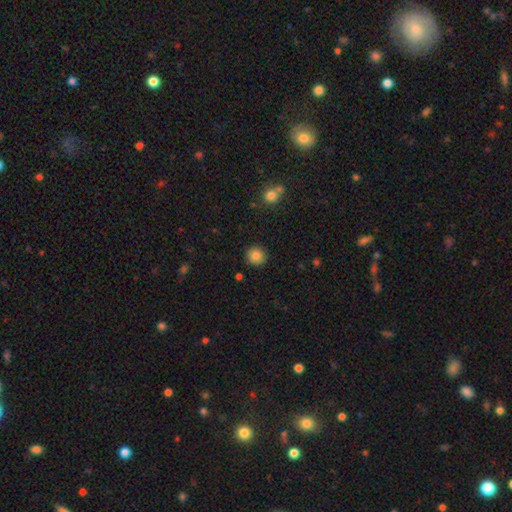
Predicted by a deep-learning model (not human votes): Morphology: type=smooth (84%); roundness=round (93%); merging=none (91%).